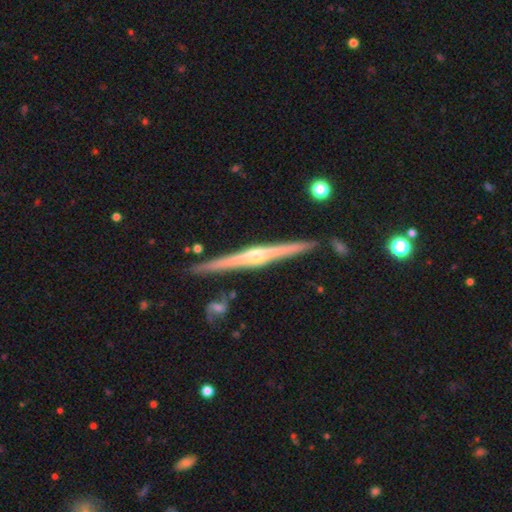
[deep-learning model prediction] Q: Smooth or featured?
A: featured or disk (84%); runner-up: smooth (11%)
Q: Edge-on disk?
A: yes (99%); runner-up: no (1%)
Q: Edge-on bulge?
A: rounded (85%); runner-up: none (9%)
Q: Merging?
A: none (90%); runner-up: minor disturbance (7%)